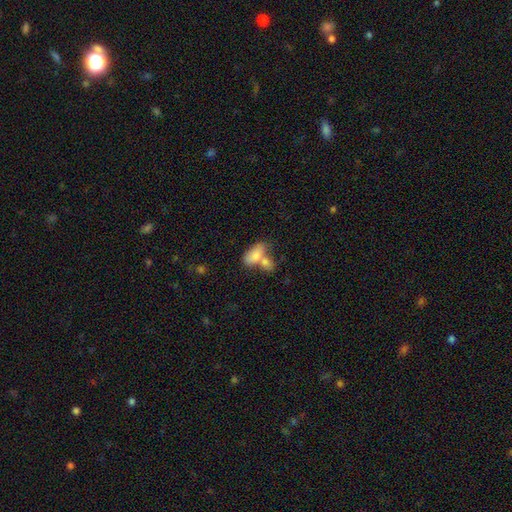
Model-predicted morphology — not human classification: smooth_or_featured: smooth (p=0.79) [alt: featured or disk p=0.14]
how_rounded: in between (p=0.89) [alt: round p=0.06]
merging: merger (p=0.57) [alt: none p=0.28]